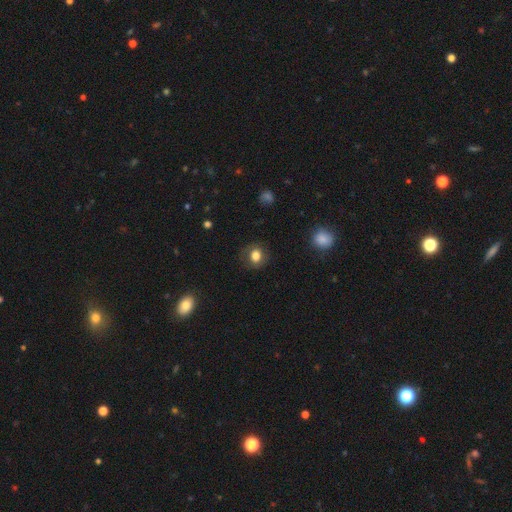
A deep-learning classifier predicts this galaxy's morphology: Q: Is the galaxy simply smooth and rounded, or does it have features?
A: smooth — 78%.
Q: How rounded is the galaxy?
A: round — 72%.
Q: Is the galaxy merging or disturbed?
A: none — 80%.